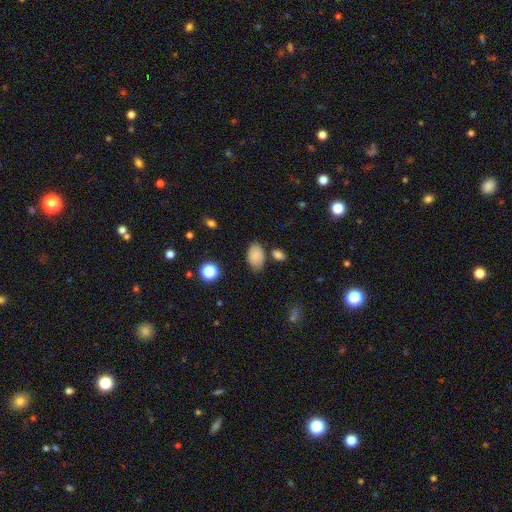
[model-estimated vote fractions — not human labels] The model was most divided on "merging": none: 70%, minor disturbance: 19%, merger: 7%, major disturbance: 4%. More confident: how rounded — in between (89%); smooth or featured — smooth (81%).